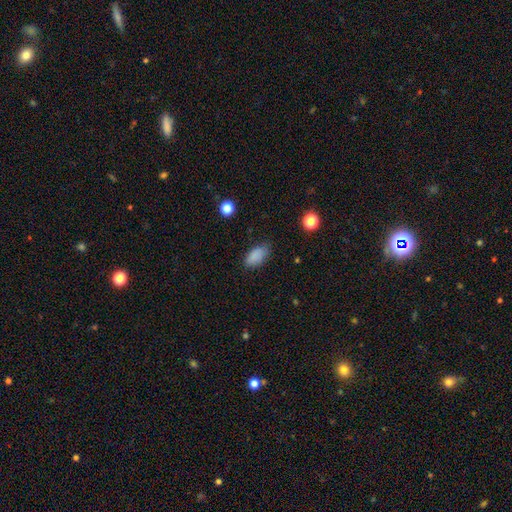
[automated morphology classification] A smooth galaxy with no disk features (86%) that is in between round and cigar-shaped (91%). Merging: none (75%).